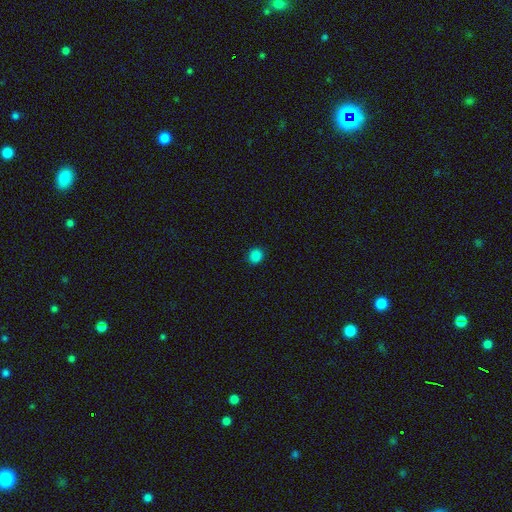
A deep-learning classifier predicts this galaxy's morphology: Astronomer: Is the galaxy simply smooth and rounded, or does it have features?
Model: smooth — 84%.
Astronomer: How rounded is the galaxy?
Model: round — 80%.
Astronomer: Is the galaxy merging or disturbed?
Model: none — 90%.